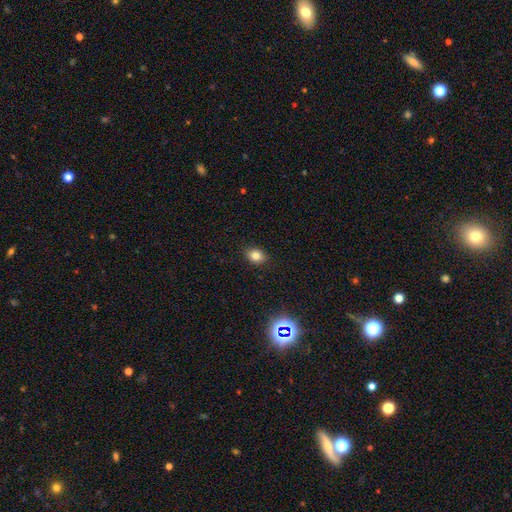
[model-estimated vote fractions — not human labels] Morphology: type=smooth (80%); roundness=in between (62%); merging=none (88%).